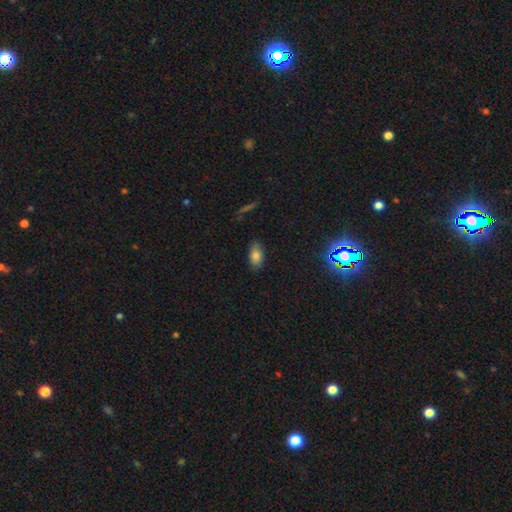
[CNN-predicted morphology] This is clearly a smooth galaxy (81%). How rounded: clearly in between (91%). Merging: clearly none (83%).